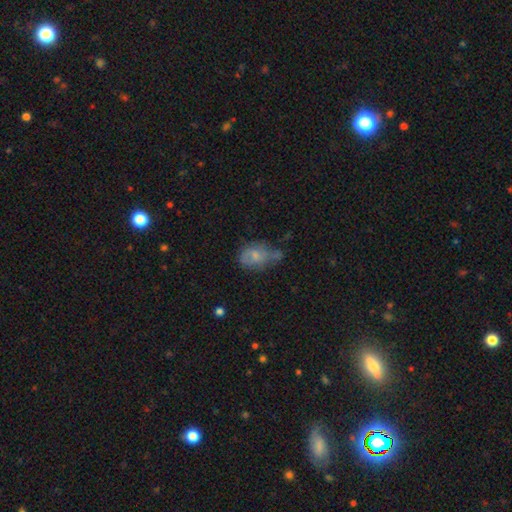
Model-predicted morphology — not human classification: Overall: smooth (59%; featured or disk 30%). How rounded: in between (72%). Merging: none (36%; minor disturbance 33%).